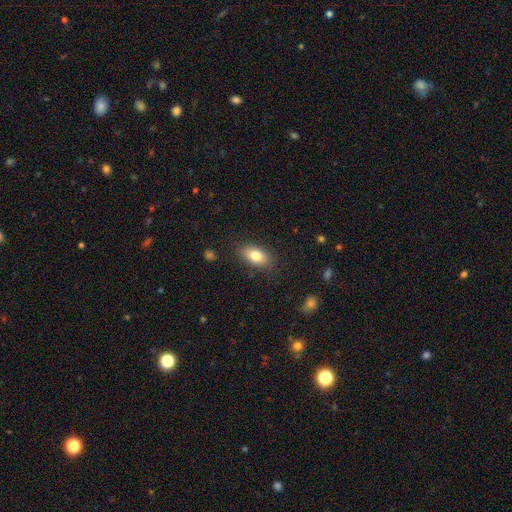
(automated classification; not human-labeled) Smooth or featured? smooth (80%)
How rounded? in between (89%)
Merging? none (84%)